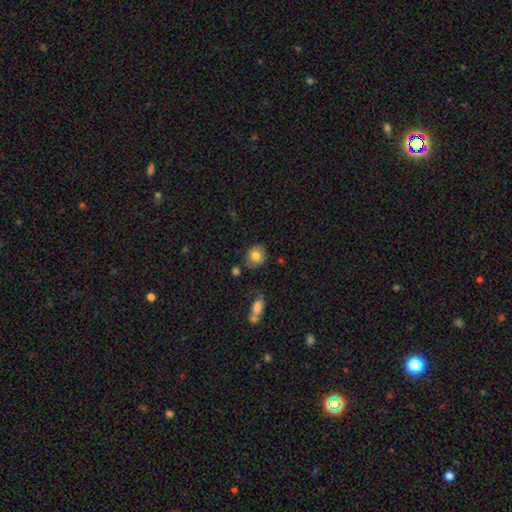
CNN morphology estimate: The model was most divided on "how rounded": round: 65%, in between: 33%, cigar-shaped: 1%. More confident: smooth or featured — smooth (79%); merging — none (76%).